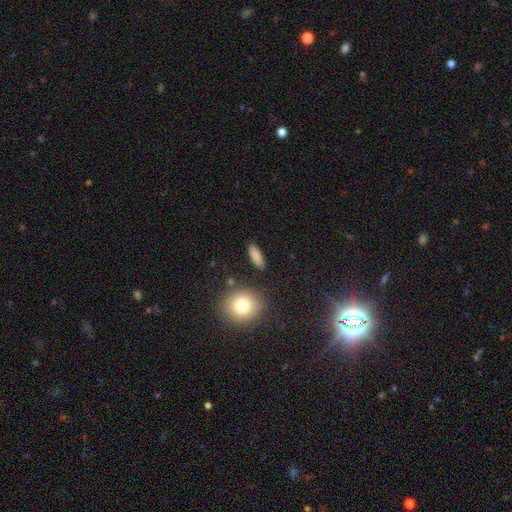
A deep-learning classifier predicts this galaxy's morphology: A smooth galaxy with no disk features (86%) that is in between round and cigar-shaped (58%). Merging: none (86%).